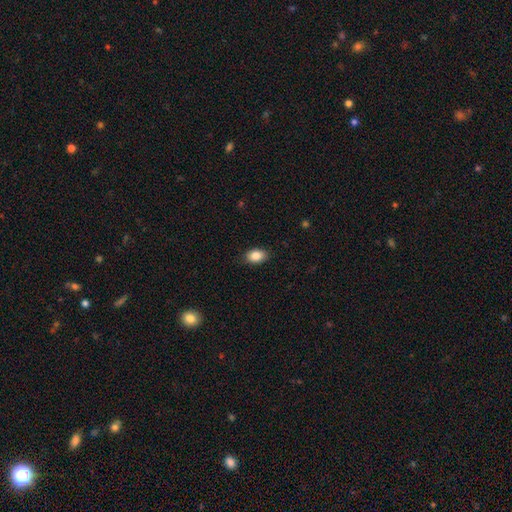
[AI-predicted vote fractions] smooth_or_featured: smooth (p=0.87) [alt: star or artifact p=0.08]
how_rounded: in between (p=0.86) [alt: round p=0.12]
merging: none (p=0.87) [alt: minor disturbance p=0.10]